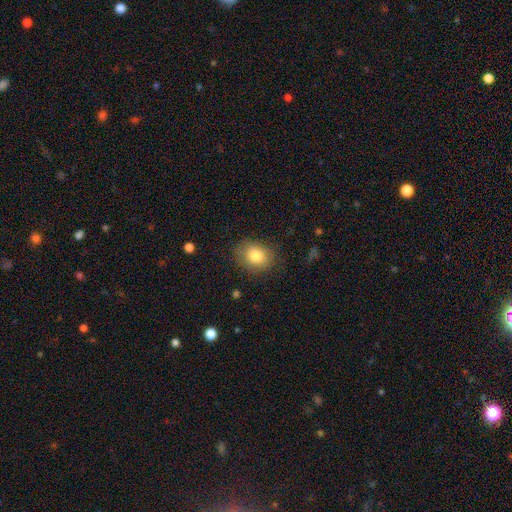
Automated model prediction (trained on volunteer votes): A smooth galaxy with no disk features (82%) that is in between round and cigar-shaped (53%). Merging: none (79%).